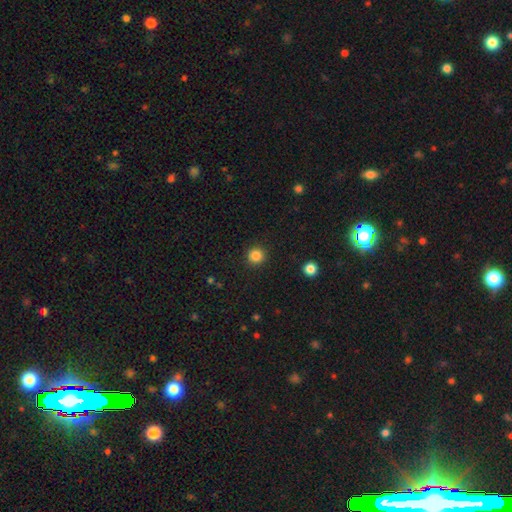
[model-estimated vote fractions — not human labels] This appears to be a smooth galaxy with no disk features (84%) that is round (95%). Merging: none (92%).